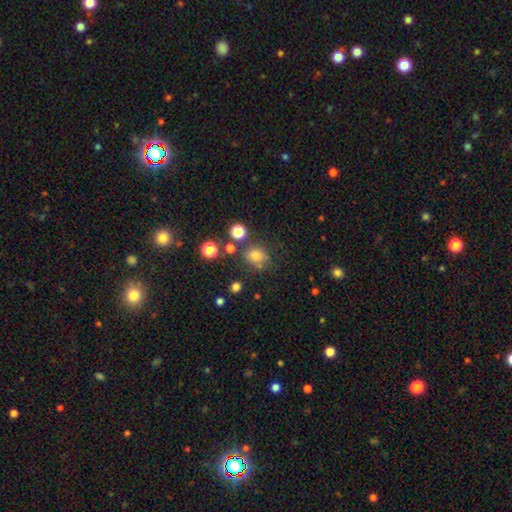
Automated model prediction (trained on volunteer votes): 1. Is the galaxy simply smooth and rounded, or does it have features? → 74% smooth, 18% star or artifact, 9% featured or disk.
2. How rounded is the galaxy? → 66% round, 33% in between, 1% cigar-shaped.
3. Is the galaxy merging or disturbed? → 68% none, 16% minor disturbance, 10% merger, 6% major disturbance.